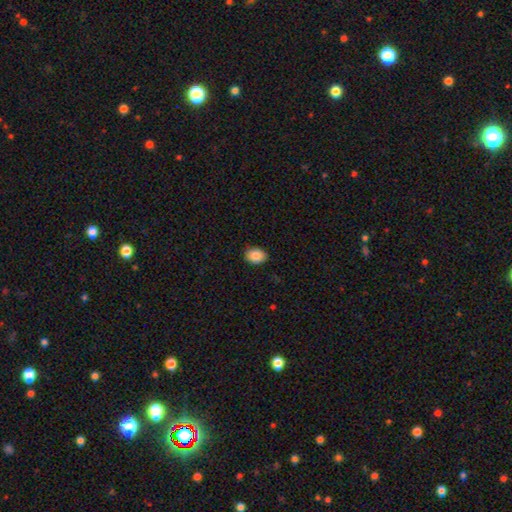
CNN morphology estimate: Smooth or featured?
  - smooth: 86% *
  - star or artifact: 8%
  - featured or disk: 6%
How rounded?
  - in between: 70% *
  - round: 29%
  - cigar-shaped: 1%
Merging?
  - none: 89% *
  - minor disturbance: 9%
  - major disturbance: 2%
  - merger: 1%